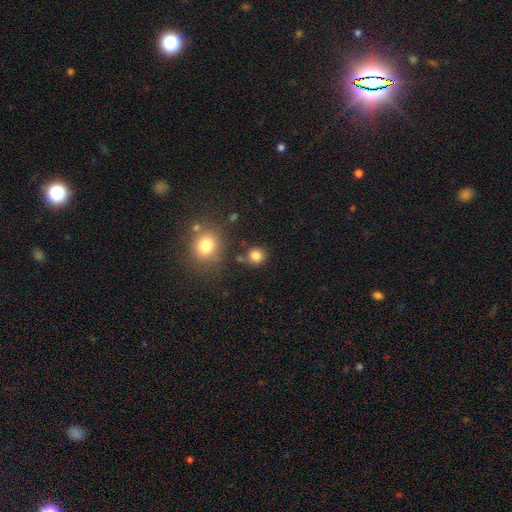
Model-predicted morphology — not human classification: A smooth galaxy with no disk features (82%) that is round (90%).

Vote fractions:
- Smooth or featured? smooth: 82% / star or artifact: 13% / featured or disk: 5%
- How rounded? round: 90% / in between: 9% / cigar-shaped: 1%
- Merging? none: 82% / minor disturbance: 8% / merger: 7% / major disturbance: 3%